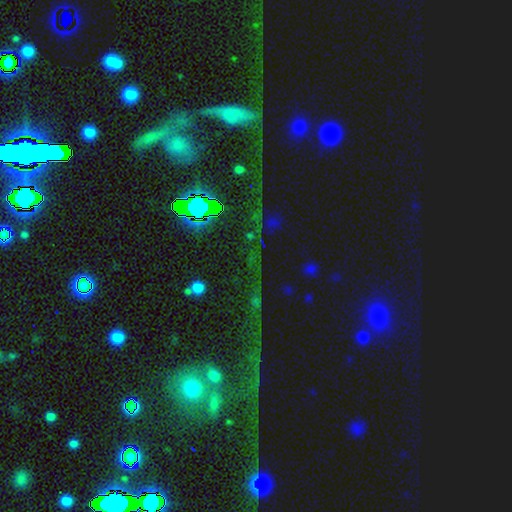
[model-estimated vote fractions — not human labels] Morphology: type=star or artifact (68%).